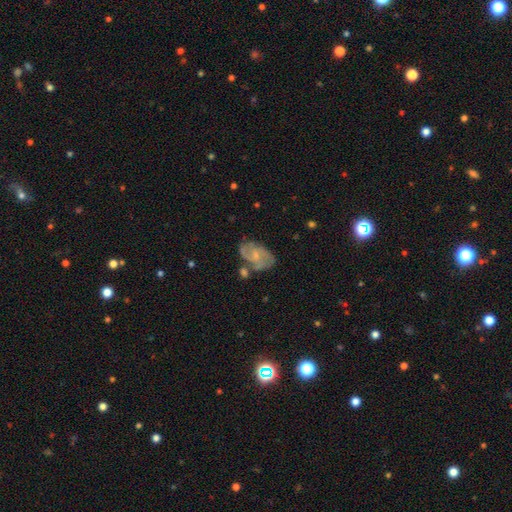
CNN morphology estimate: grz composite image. It shows a featured or disk galaxy (65%) with no bar (60%), 2 (57%) medium (46%) spiral arms (80%) and a small central bulge (62%). Merging: none (55%).